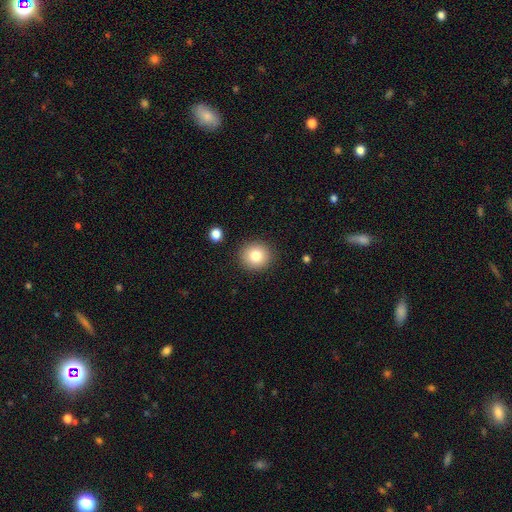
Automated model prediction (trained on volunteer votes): smooth 81%, star or artifact 10%, featured or disk 9%. Down the decision tree: how rounded — round (89%); merging — none (90%).